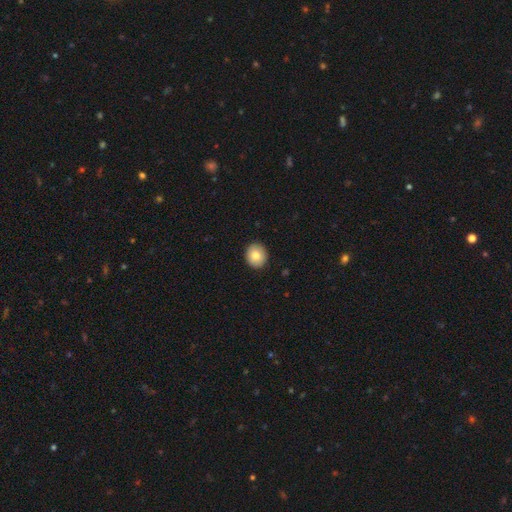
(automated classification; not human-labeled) Morphology: type=smooth (83%); roundness=round (79%); merging=none (91%).